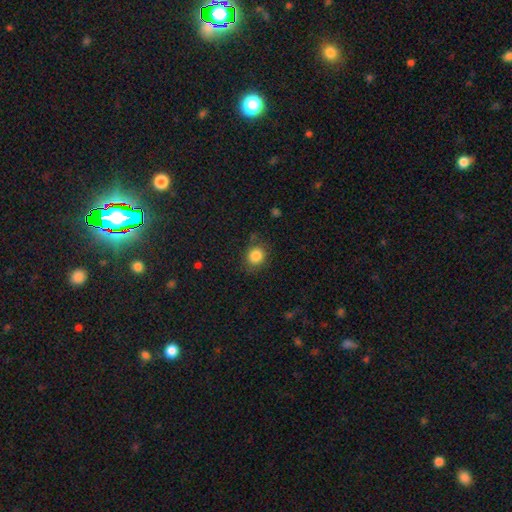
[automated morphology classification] Smooth or featured: smooth — 85% (star or artifact — 10%)
How rounded: round — 76% (in between — 23%)
Merging: none — 80% (minor disturbance — 14%)